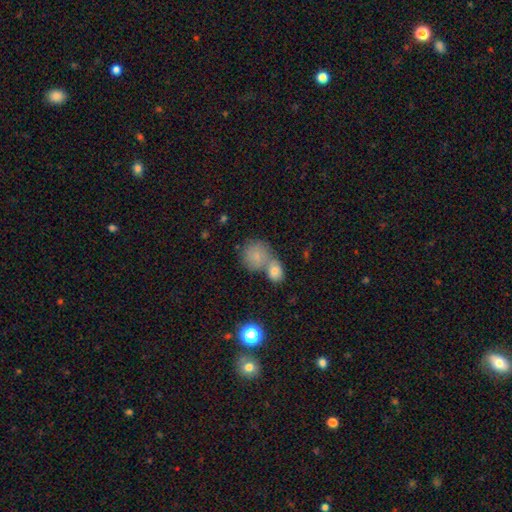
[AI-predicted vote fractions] The model was most divided on "merging": merger: 54%, none: 31%, minor disturbance: 10%, major disturbance: 5%. More confident: smooth or featured — smooth (81%); how rounded — round (75%).